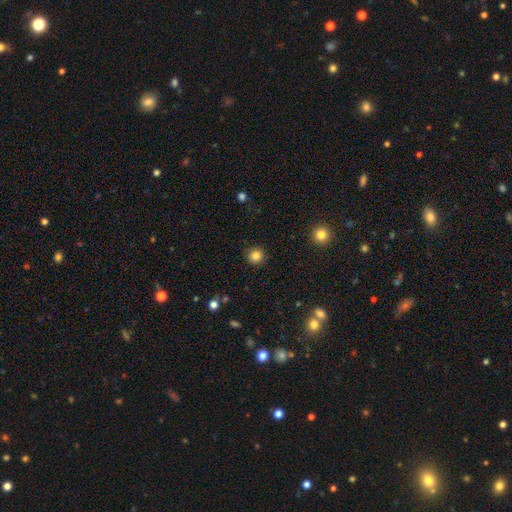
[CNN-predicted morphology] Smooth or featured?
  - smooth: 84% *
  - star or artifact: 11%
  - featured or disk: 5%
How rounded?
  - round: 94% *
  - in between: 5%
  - cigar-shaped: 1%
Merging?
  - none: 91% *
  - minor disturbance: 6%
  - major disturbance: 2%
  - merger: 1%